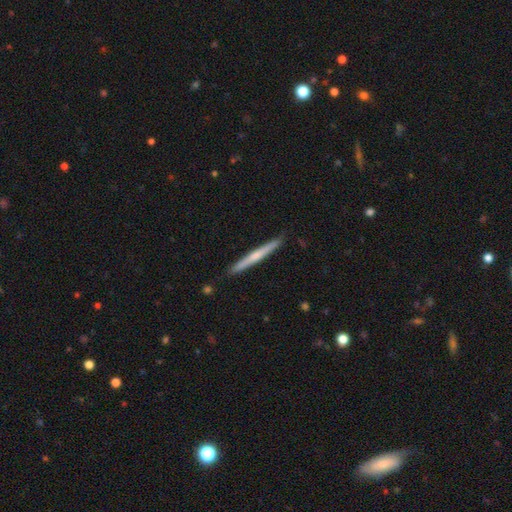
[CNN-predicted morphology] This appears to be a featured or disk galaxy (50%). Merging: none (90%).